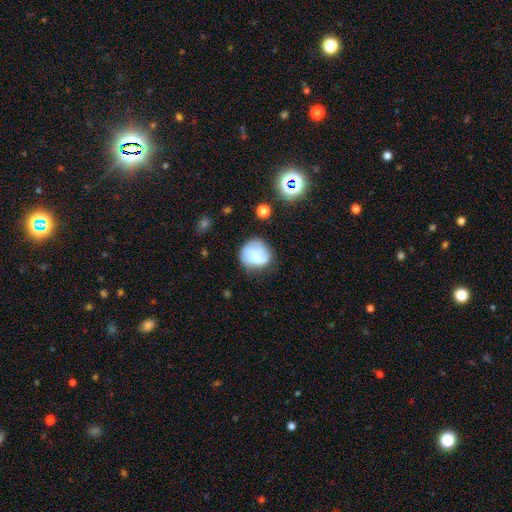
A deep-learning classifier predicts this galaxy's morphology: A featured or disk galaxy (46%). Merging: none (63%).